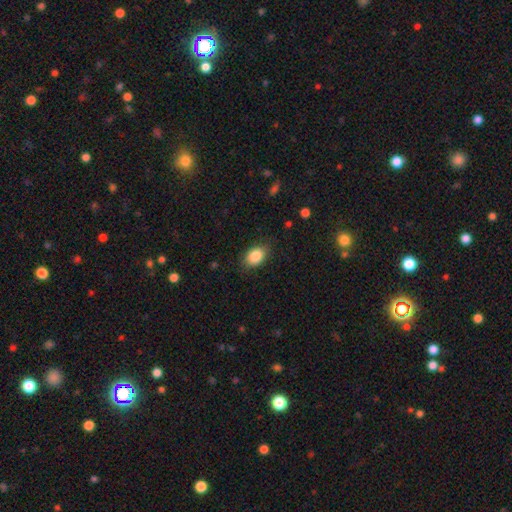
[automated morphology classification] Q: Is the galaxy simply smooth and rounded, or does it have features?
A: smooth — 85%.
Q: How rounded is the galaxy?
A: in between — 78%.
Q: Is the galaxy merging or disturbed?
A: none — 79%.